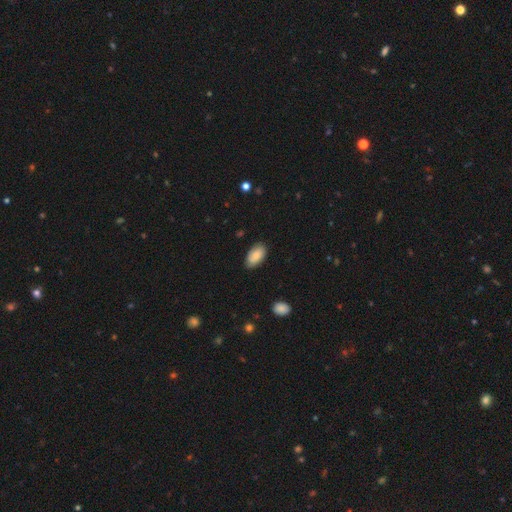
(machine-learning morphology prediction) smooth-or-featured: smooth: 81% | featured or disk: 12% | star or artifact: 6%
  how-rounded: in between: 95% | round: 3% | cigar-shaped: 2%
  merging: none: 80% | minor disturbance: 17% | major disturbance: 2% | merger: 1%